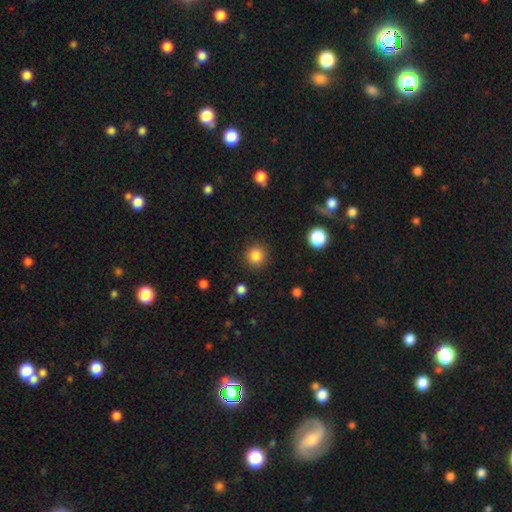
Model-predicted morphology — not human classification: A smooth galaxy with no disk features (85%) that is round (94%).

Vote fractions:
- Smooth or featured? smooth: 85% / star or artifact: 11% / featured or disk: 4%
- How rounded? round: 94% / in between: 5% / cigar-shaped: 1%
- Merging? none: 90% / minor disturbance: 6% / major disturbance: 3% / merger: 1%